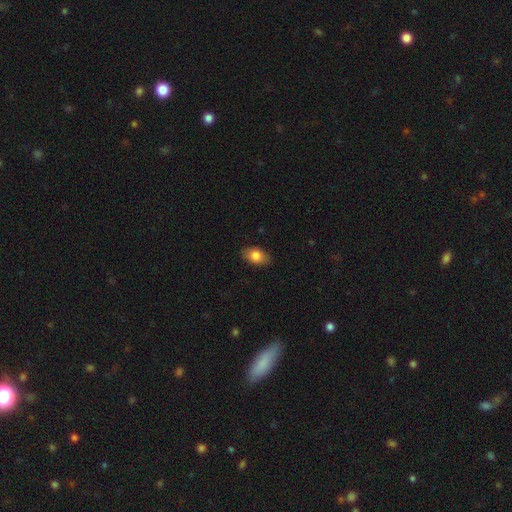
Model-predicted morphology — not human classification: Smooth or featured? smooth (82%)
How rounded? in between (87%)
Merging? none (86%)